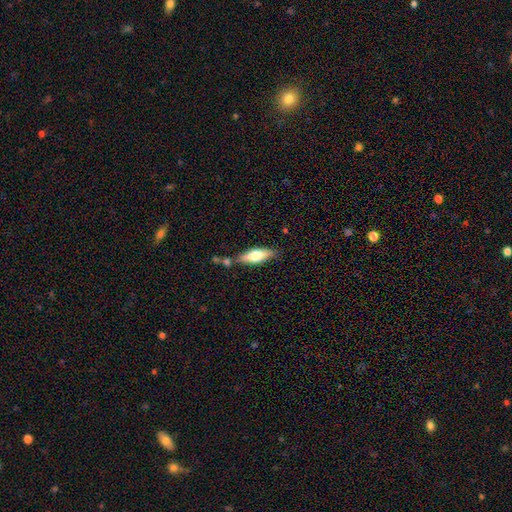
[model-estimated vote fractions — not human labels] A smooth galaxy with no disk features (55%) that is in between round and cigar-shaped (55%). Merging: none (73%).